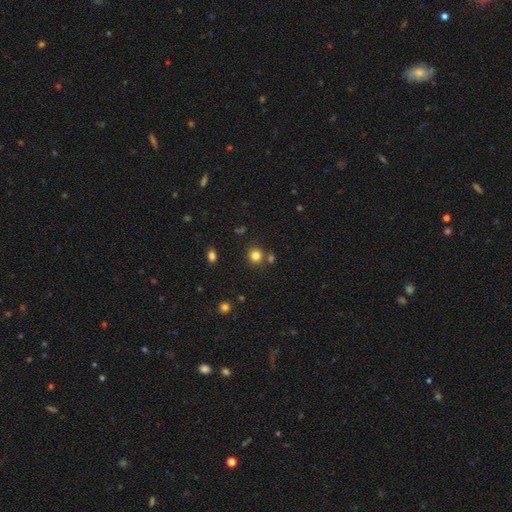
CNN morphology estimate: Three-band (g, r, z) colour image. It shows a smooth galaxy with no disk features (81%) that is round (89%). Merging: none (78%).